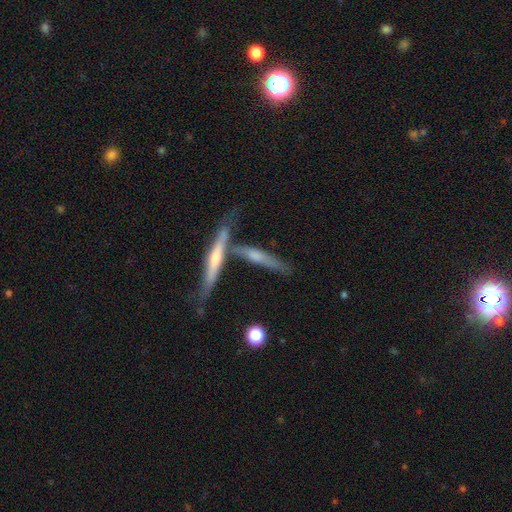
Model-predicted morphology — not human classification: Q: Smooth or featured?
A: featured or disk (62%); runner-up: smooth (31%)
Q: Edge-on disk?
A: yes (90%); runner-up: no (10%)
Q: Edge-on bulge?
A: rounded (67%); runner-up: none (24%)
Q: Merging?
A: none (52%); runner-up: merger (30%)